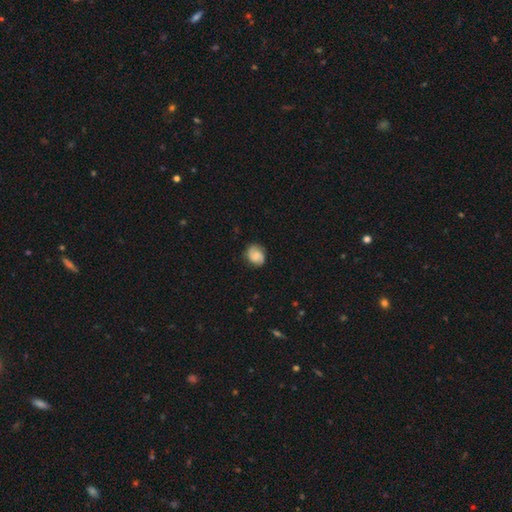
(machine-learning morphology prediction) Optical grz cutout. It shows a featured or disk galaxy (46%, tied with smooth). Merging: none (79%).